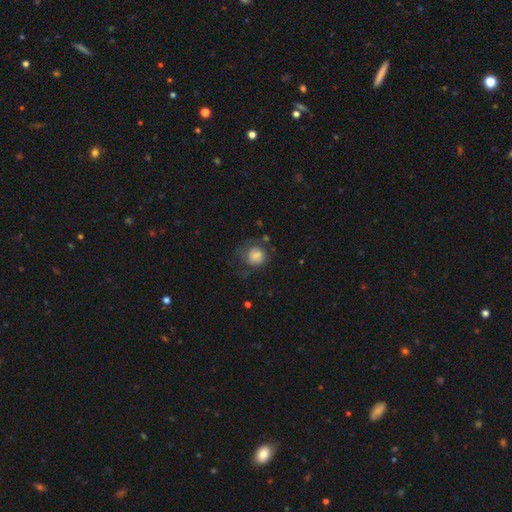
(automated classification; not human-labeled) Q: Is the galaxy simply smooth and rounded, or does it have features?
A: smooth — 73%.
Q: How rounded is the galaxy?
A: round — 83%.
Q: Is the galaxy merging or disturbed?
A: none — 49%.